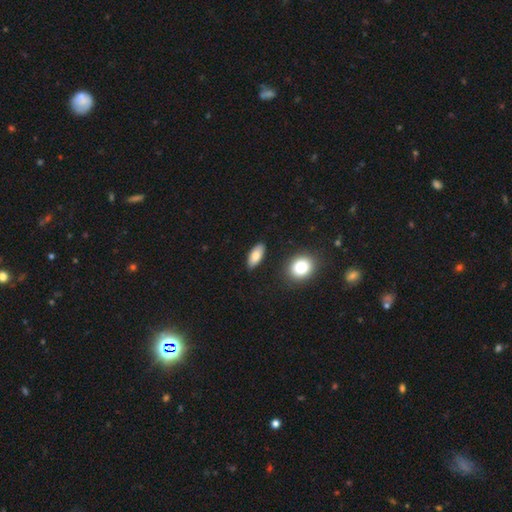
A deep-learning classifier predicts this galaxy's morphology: Smooth or featured?
  - smooth: 78% *
  - featured or disk: 15%
  - star or artifact: 7%
How rounded?
  - in between: 86% *
  - cigar-shaped: 11%
  - round: 4%
Merging?
  - none: 87% *
  - minor disturbance: 8%
  - merger: 2%
  - major disturbance: 2%